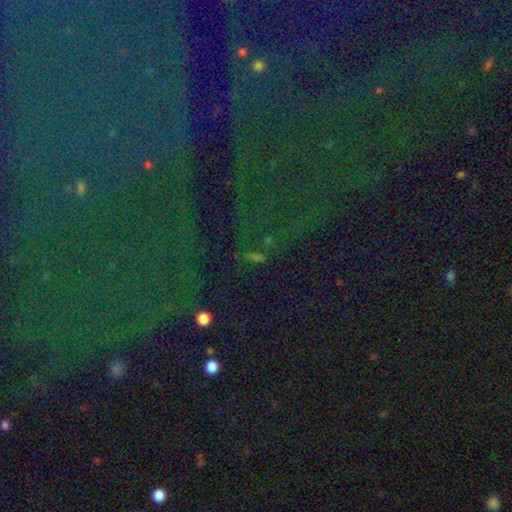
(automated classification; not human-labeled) Morphology: type=star or artifact (64%).